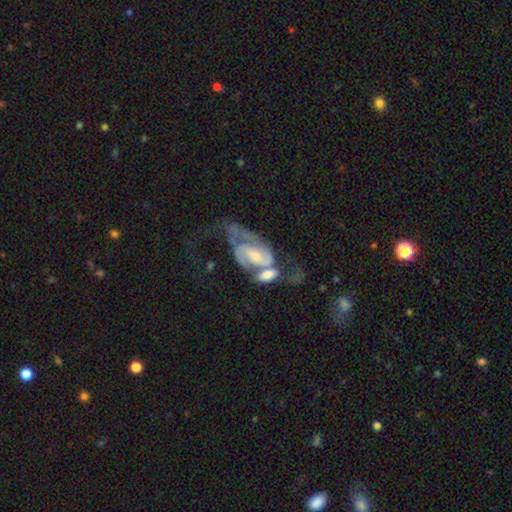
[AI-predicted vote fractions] This is clearly a featured or disk galaxy (83%). It is clearly not viewed edge-on (97%). Bar: possibly no (49%). Spiral arm pattern: clearly yes (93%). Spiral arm count: likely 2 (78%). Spiral winding: marginally medium (44%). Central bulge: possibly small (56%). Merging: possibly merger (51%).